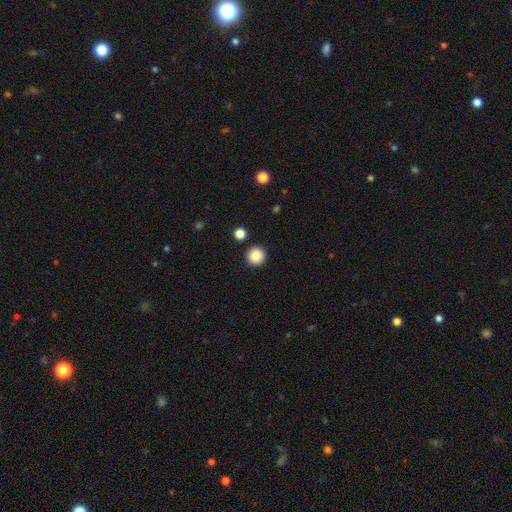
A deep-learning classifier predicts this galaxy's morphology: A smooth galaxy with no disk features (87%) that is round (96%).

Vote fractions:
- Smooth or featured? smooth: 87% / star or artifact: 9% / featured or disk: 3%
- How rounded? round: 96% / in between: 3% / cigar-shaped: 1%
- Merging? none: 92% / minor disturbance: 5% / merger: 2% / major disturbance: 2%